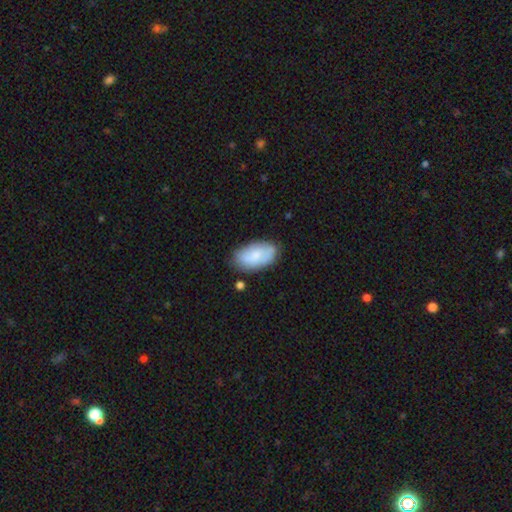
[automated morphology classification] Smooth or featured? smooth (75%)
How rounded? in between (94%)
Merging? none (72%)